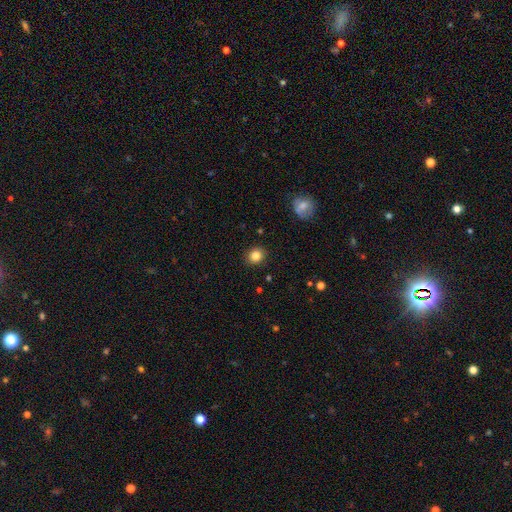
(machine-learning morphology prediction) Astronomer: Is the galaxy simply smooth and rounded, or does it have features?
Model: smooth — 83%.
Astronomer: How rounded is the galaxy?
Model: round — 79%.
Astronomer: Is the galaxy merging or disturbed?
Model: none — 90%.